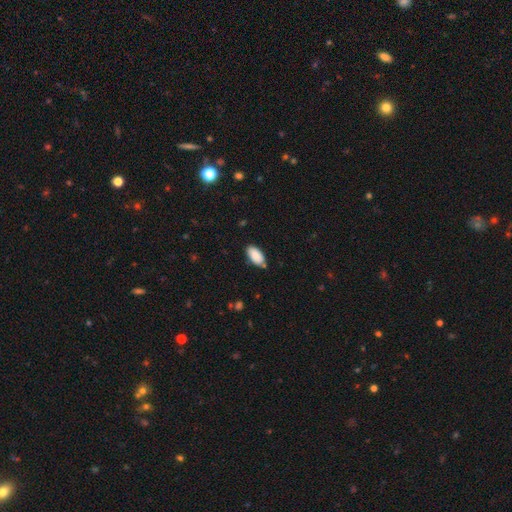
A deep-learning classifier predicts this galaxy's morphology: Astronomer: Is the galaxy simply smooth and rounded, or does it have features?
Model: smooth — 88%.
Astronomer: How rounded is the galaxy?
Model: in between — 95%.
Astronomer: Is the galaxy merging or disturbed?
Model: none — 79%.